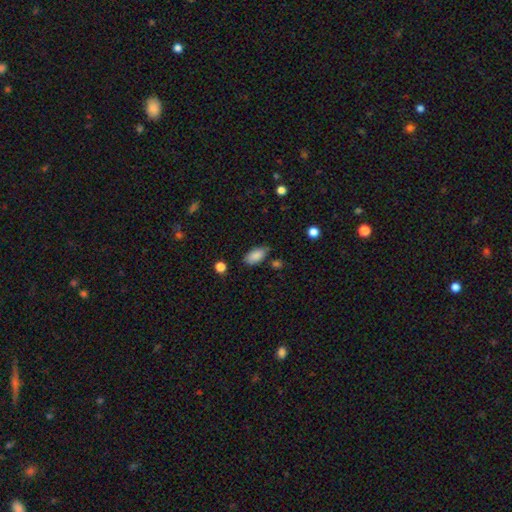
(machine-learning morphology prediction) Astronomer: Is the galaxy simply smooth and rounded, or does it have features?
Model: smooth — 87%.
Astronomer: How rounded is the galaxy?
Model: in between — 92%.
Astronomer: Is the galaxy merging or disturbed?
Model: none — 71%.